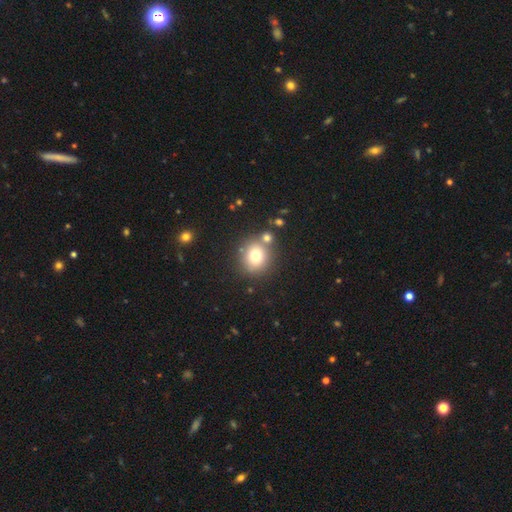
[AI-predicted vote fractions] Smooth or featured? smooth (74%)
How rounded? round (82%)
Merging? none (71%)